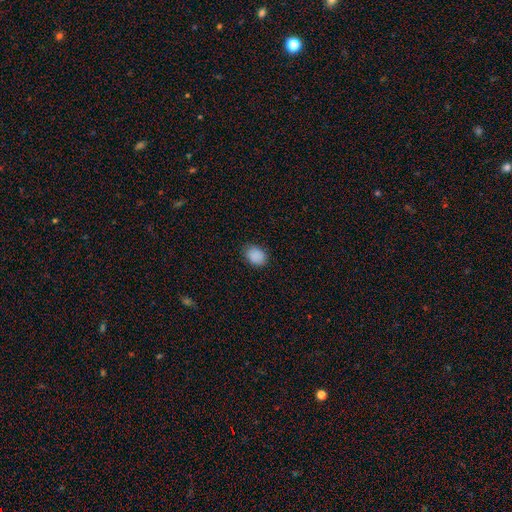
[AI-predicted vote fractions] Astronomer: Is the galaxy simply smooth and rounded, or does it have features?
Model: smooth — 89%.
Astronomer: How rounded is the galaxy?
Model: in between — 70%.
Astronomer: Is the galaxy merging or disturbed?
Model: none — 83%.